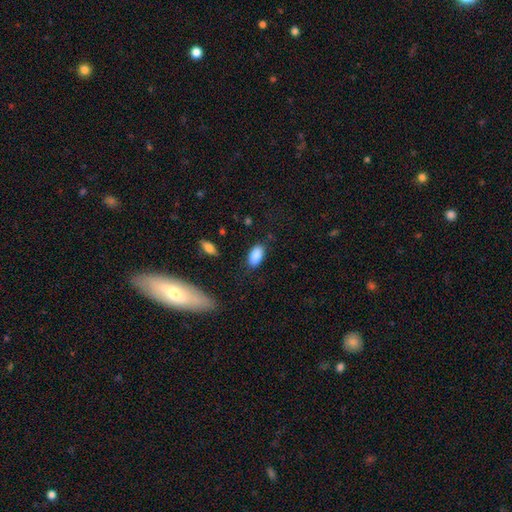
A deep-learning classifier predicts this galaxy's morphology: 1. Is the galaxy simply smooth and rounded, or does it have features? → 87% smooth, 7% star or artifact, 6% featured or disk.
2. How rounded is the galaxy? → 92% in between, 5% cigar-shaped, 3% round.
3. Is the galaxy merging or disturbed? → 81% none, 13% minor disturbance, 4% major disturbance, 2% merger.